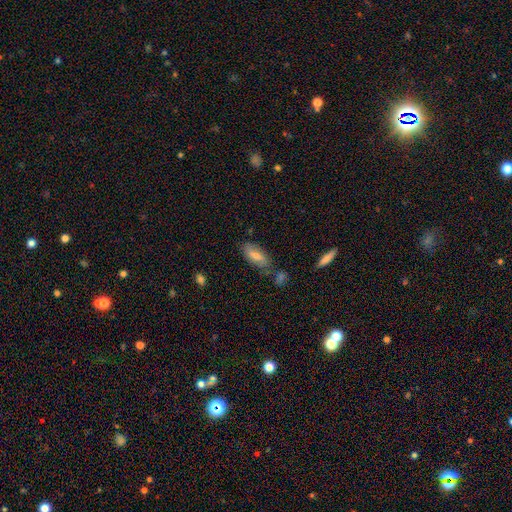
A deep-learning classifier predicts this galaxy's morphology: Smooth or featured? Predicted: smooth (p=0.69). How rounded? Predicted: in between (p=0.79). Merging? Predicted: none (p=0.68).